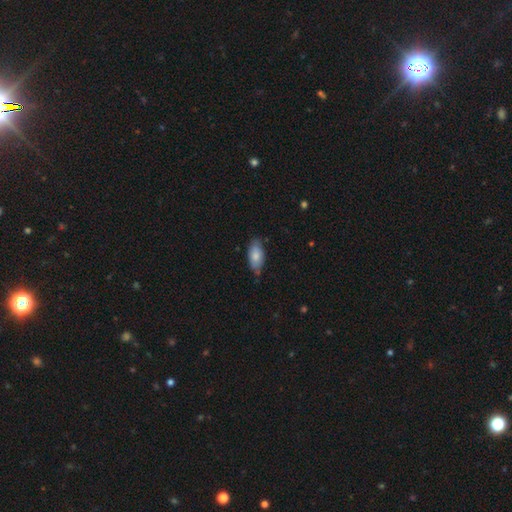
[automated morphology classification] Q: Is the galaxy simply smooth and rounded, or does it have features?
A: smooth — 79%.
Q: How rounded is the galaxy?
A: in between — 91%.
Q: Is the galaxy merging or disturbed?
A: none — 72%.